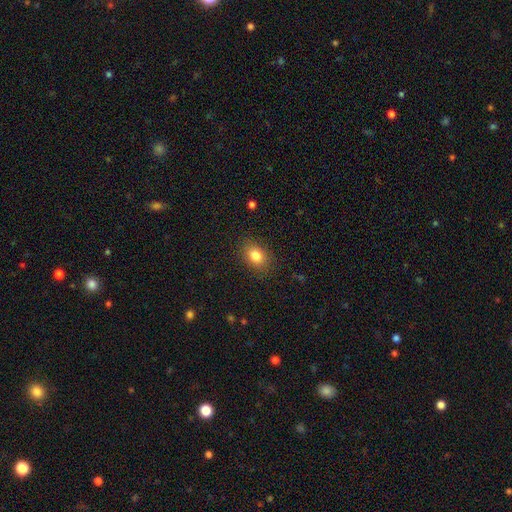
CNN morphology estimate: smooth 82%, star or artifact 10%, featured or disk 8%. Down the decision tree: how rounded — in between (68%); merging — none (86%).